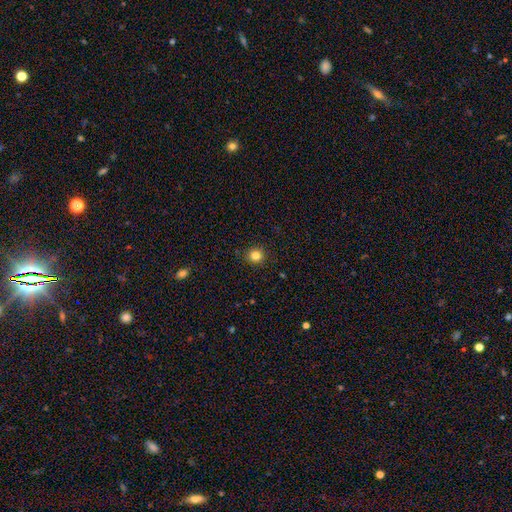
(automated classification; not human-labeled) Overall: smooth (83%). How rounded: round (91%). Merging: none (92%).